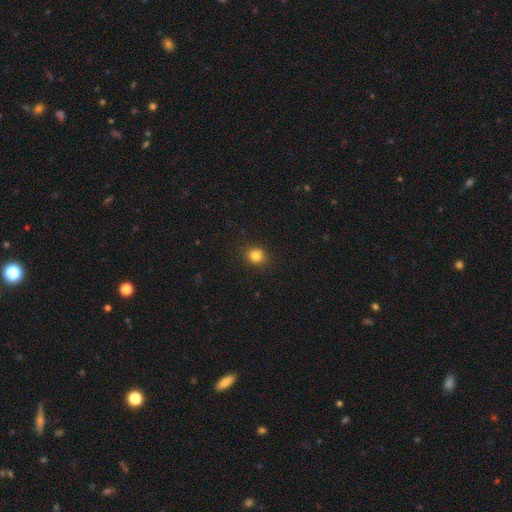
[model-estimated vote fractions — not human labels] smooth-or-featured: smooth: 83% | star or artifact: 12% | featured or disk: 5%
  how-rounded: round: 82% | in between: 17% | cigar-shaped: 1%
  merging: none: 90% | minor disturbance: 7% | major disturbance: 2% | merger: 1%